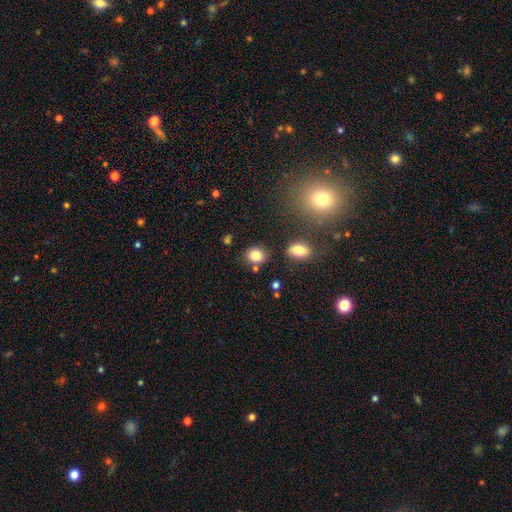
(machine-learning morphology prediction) This appears to be a smooth galaxy with no disk features (83%) that is round (60%). Merging: none (78%).